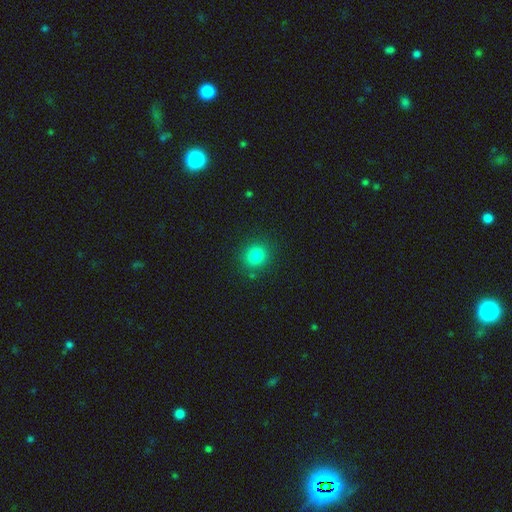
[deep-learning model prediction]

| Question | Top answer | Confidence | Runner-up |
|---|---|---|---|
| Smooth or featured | smooth | 83% | star or artifact (12%) |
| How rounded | round | 82% | in between (17%) |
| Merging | none | 87% | minor disturbance (8%) |